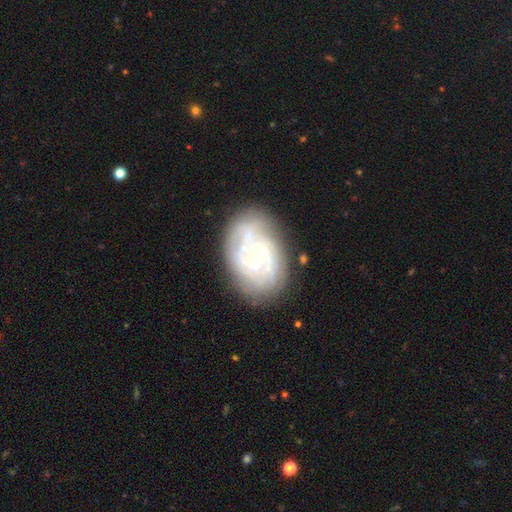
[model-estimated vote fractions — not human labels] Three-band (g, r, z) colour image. It shows a featured or disk galaxy (80%) with no bar (64%), tight (62%) spiral arms (86%) and a small central bulge (51%). Merging: none (74%).